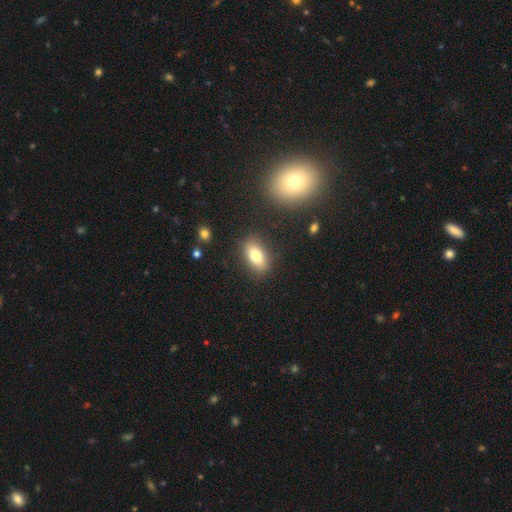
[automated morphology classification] This appears to be a smooth galaxy with no disk features (76%) that is in between round and cigar-shaped (86%). Merging: none (85%).